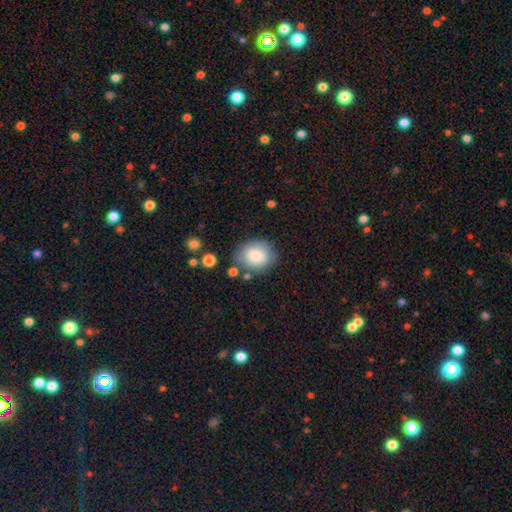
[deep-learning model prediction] Smooth or featured?
  - smooth: 82% *
  - featured or disk: 10%
  - star or artifact: 7%
How rounded?
  - round: 52% *
  - in between: 47%
  - cigar-shaped: 1%
Merging?
  - none: 74% *
  - minor disturbance: 16%
  - major disturbance: 5%
  - merger: 5%